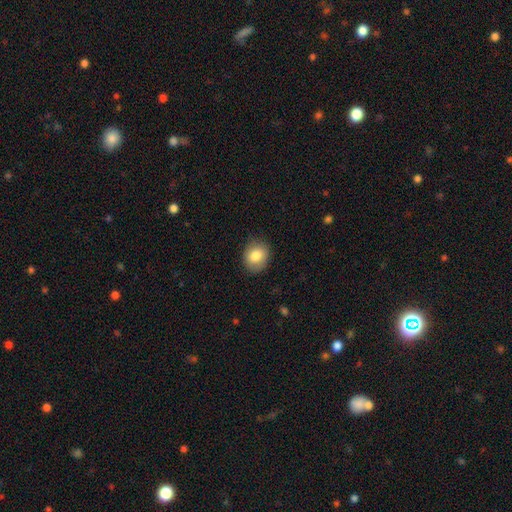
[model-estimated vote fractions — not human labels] This is clearly a smooth galaxy (83%). How rounded: possibly round (59%). Merging: clearly none (84%).